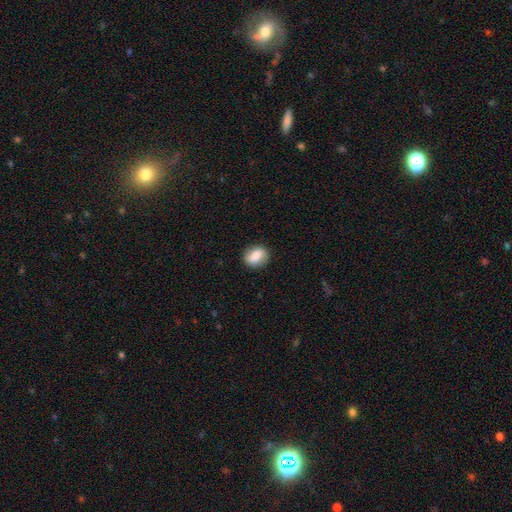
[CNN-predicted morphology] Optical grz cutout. It shows a smooth galaxy with no disk features (76%) that is round (54%). Merging: none (87%).